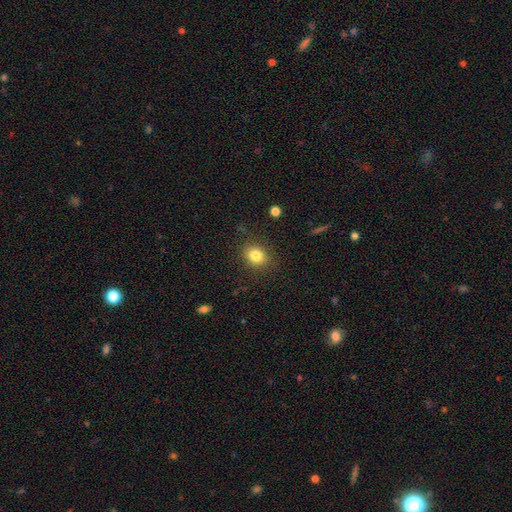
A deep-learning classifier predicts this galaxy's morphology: smooth-or-featured: smooth: 82% | star or artifact: 11% | featured or disk: 7%
  how-rounded: round: 60% | in between: 39% | cigar-shaped: 1%
  merging: none: 85% | minor disturbance: 11% | major disturbance: 3% | merger: 1%